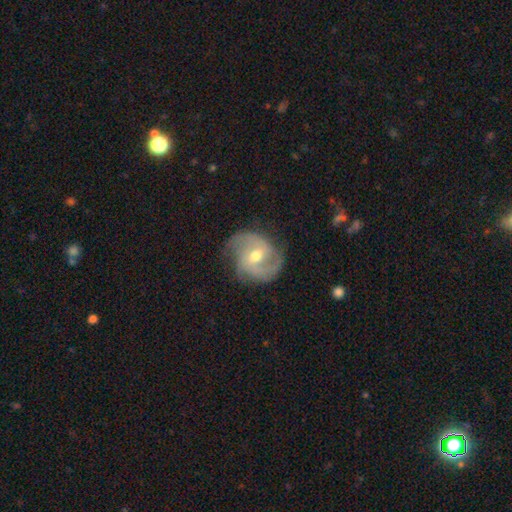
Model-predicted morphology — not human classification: type=featured or disk (82%); edge-on=no (97%); bar=weak (46%); spiral arms=yes (93%); winding=medium (47%); arm count=2 (72%); bulge=moderate (69%); merging=none (69%).